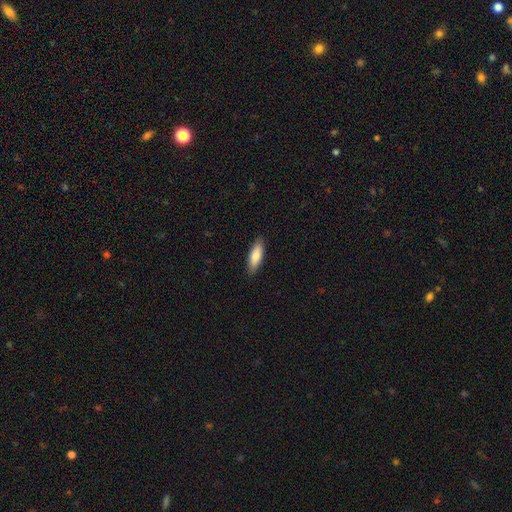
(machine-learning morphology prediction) Q: Smooth or featured?
A: smooth (82%); runner-up: featured or disk (13%)
Q: How rounded?
A: in between (56%); runner-up: cigar-shaped (43%)
Q: Merging?
A: none (89%); runner-up: minor disturbance (8%)